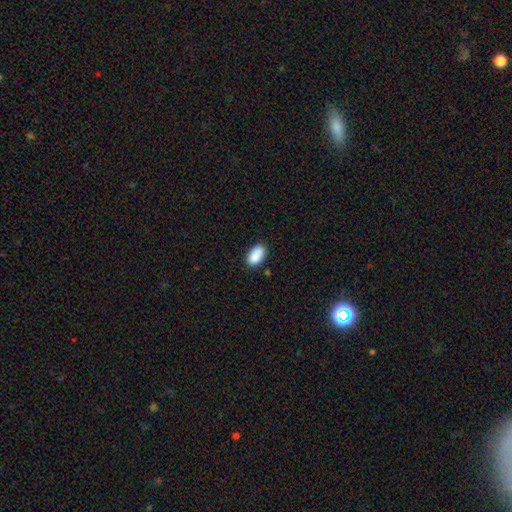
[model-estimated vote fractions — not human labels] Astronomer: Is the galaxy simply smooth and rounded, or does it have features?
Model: smooth — 88%.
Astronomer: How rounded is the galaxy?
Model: in between — 93%.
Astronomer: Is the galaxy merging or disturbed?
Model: none — 78%.